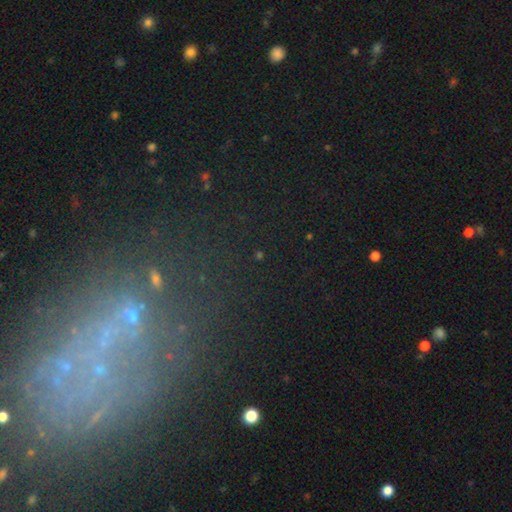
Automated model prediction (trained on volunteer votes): A star or artifact, not a galaxy (59%).